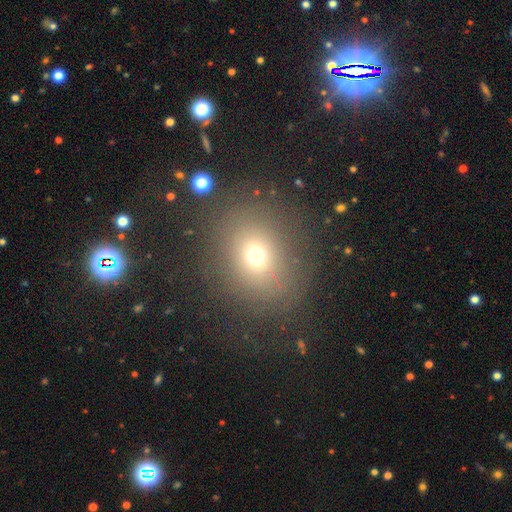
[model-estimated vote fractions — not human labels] The model was most divided on "how rounded": round: 65%, in between: 34%, cigar-shaped: 1%. More confident: merging — none (80%); smooth or featured — smooth (67%).